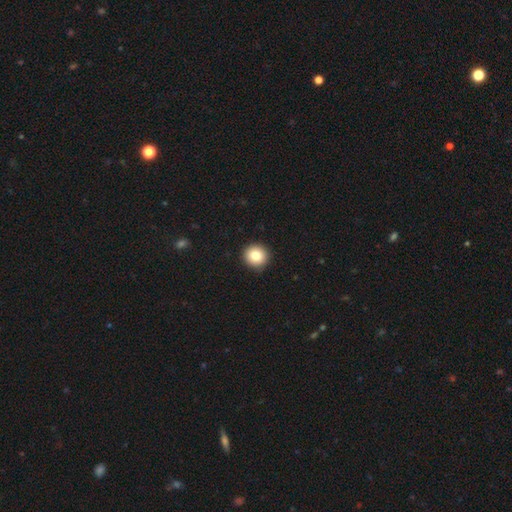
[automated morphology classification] A smooth galaxy with no disk features (82%) that is round (94%). Merging: none (92%).